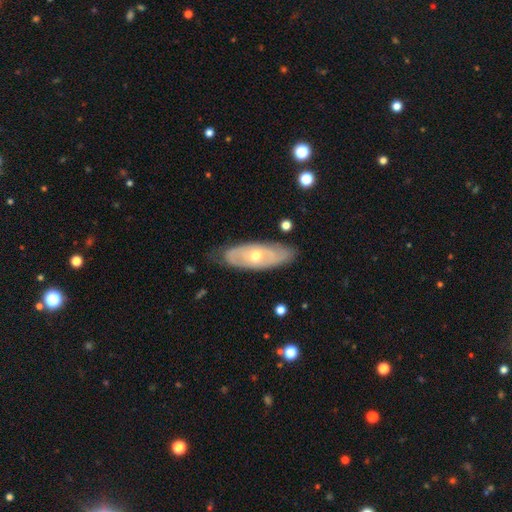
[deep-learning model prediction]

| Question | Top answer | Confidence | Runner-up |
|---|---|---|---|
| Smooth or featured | featured or disk | 63% | smooth (32%) |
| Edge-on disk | no | 81% | yes (19%) |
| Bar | no | 81% | weak (15%) |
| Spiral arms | no | 54% | yes (46%) |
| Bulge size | moderate | 67% | small (28%) |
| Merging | none | 77% | minor disturbance (18%) |